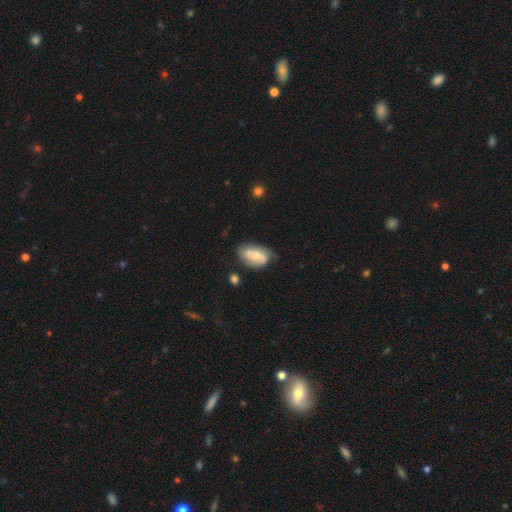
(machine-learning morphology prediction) Overall: smooth (53%; featured or disk 40%). How rounded: in between (90%). Merging: none (56%; minor disturbance 29%).